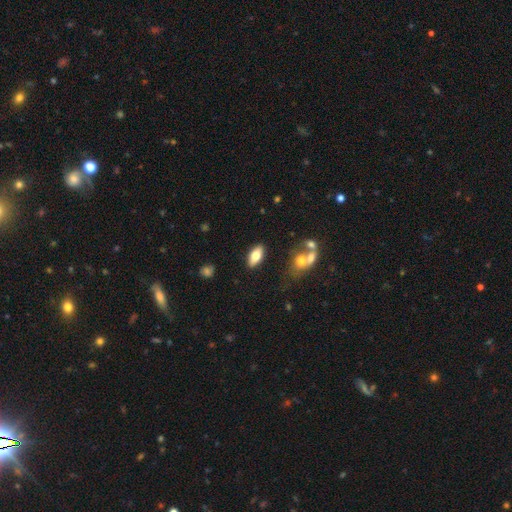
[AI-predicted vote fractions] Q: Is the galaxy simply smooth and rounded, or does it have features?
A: smooth — 71%.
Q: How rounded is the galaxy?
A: in between — 86%.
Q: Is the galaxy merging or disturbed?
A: none — 84%.